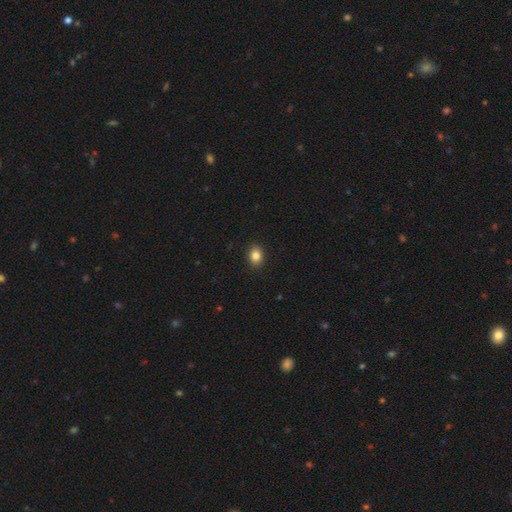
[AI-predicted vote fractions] This appears to be a smooth galaxy with no disk features (84%) that is in between round and cigar-shaped (57%). Merging: none (91%).